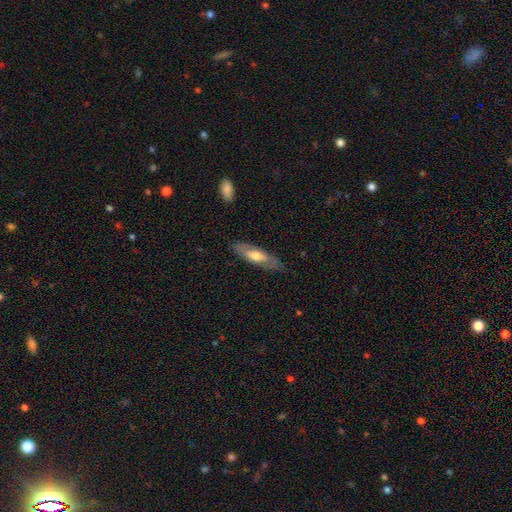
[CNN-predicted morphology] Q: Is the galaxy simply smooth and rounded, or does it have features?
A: smooth — 50%.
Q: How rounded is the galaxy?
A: cigar-shaped — 51%.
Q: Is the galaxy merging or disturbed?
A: none — 78%.